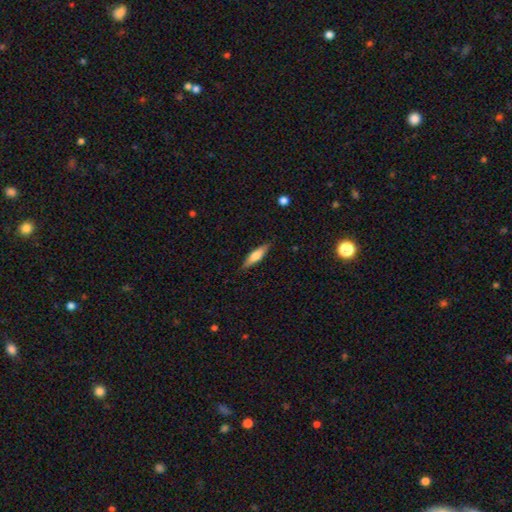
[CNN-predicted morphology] Smooth or featured? Predicted: smooth (p=0.60). How rounded? Predicted: cigar-shaped (p=0.70). Merging? Predicted: none (p=0.86).